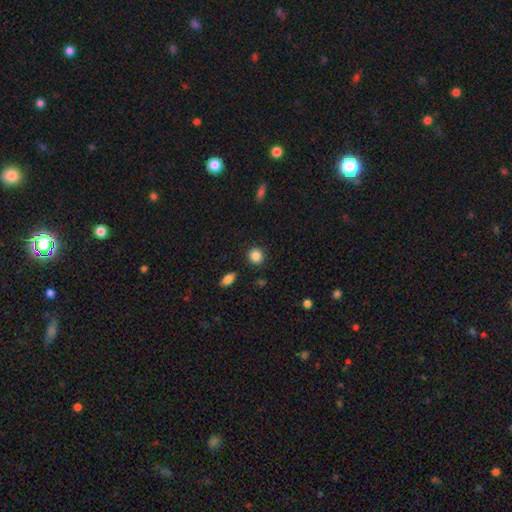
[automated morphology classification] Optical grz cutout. It shows a smooth galaxy with no disk features (87%) that is round (90%). Merging: none (89%).